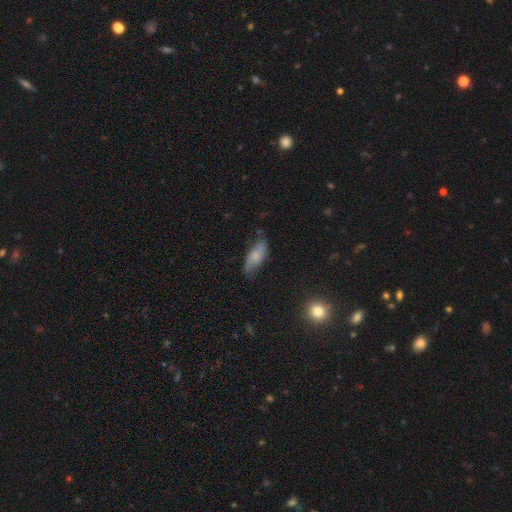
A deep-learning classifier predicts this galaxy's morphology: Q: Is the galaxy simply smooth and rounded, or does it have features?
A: smooth — 58%.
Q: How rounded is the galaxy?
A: in between — 79%.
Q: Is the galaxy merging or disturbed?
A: none — 61%.